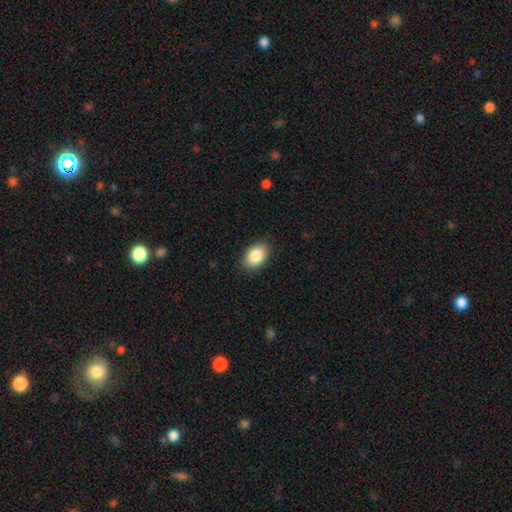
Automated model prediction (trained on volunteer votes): smooth 87%, star or artifact 7%, featured or disk 6%. Down the decision tree: how rounded — in between (86%); merging — none (88%).